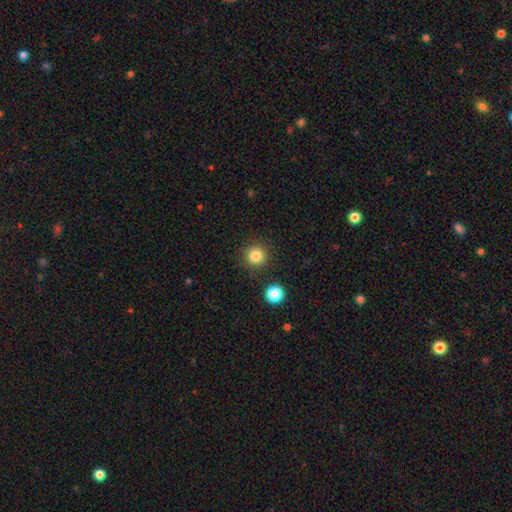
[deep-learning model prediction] smooth-or-featured: smooth: 83% | star or artifact: 12% | featured or disk: 5%
  how-rounded: round: 95% | in between: 4% | cigar-shaped: 1%
  merging: none: 88% | minor disturbance: 6% | merger: 3% | major disturbance: 3%